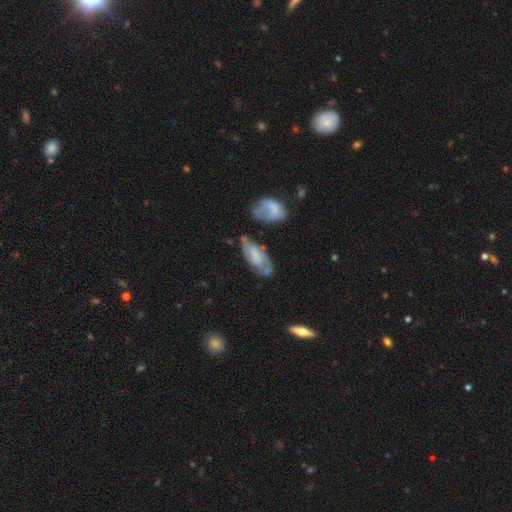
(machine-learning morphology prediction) Q: Smooth or featured?
A: featured or disk (56%); runner-up: smooth (37%)
Q: Edge-on disk?
A: no (89%); runner-up: yes (11%)
Q: Merging?
A: none (57%); runner-up: minor disturbance (24%)